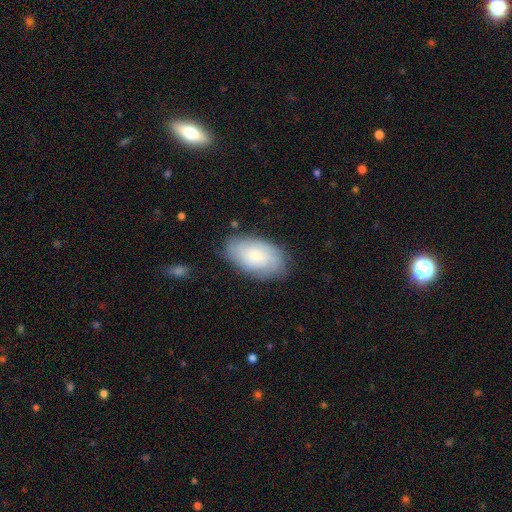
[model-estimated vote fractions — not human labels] Smooth or featured?
  - featured or disk: 49% *
  - smooth: 43%
  - star or artifact: 8%
Merging?
  - none: 77% *
  - minor disturbance: 17%
  - major disturbance: 4%
  - merger: 1%